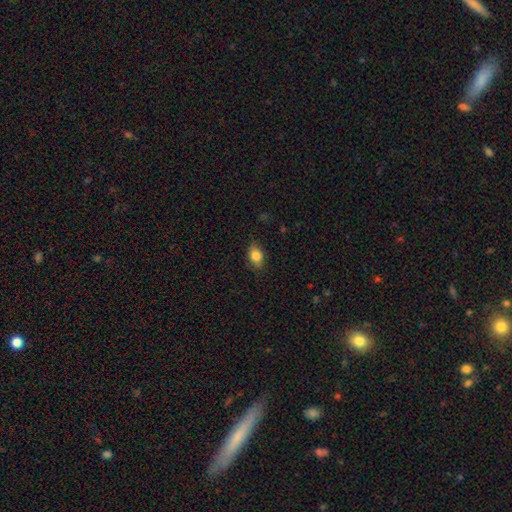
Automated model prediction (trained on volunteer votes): A smooth galaxy with no disk features (84%) that is in between round and cigar-shaped (77%).

Vote fractions:
- Smooth or featured? smooth: 84% / star or artifact: 9% / featured or disk: 7%
- How rounded? in between: 77% / round: 21% / cigar-shaped: 2%
- Merging? none: 83% / minor disturbance: 13% / major disturbance: 3% / merger: 1%